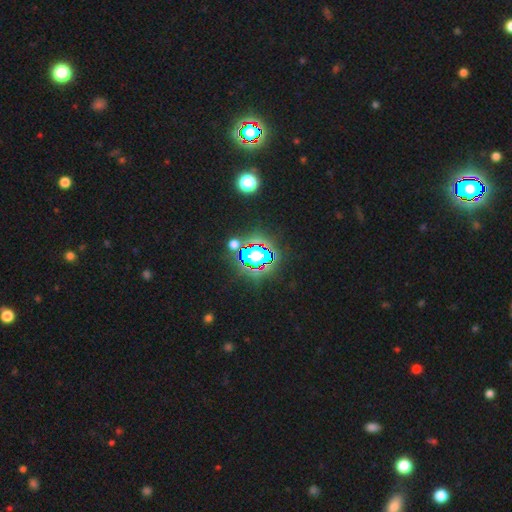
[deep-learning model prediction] Morphology: type=star or artifact (65%).